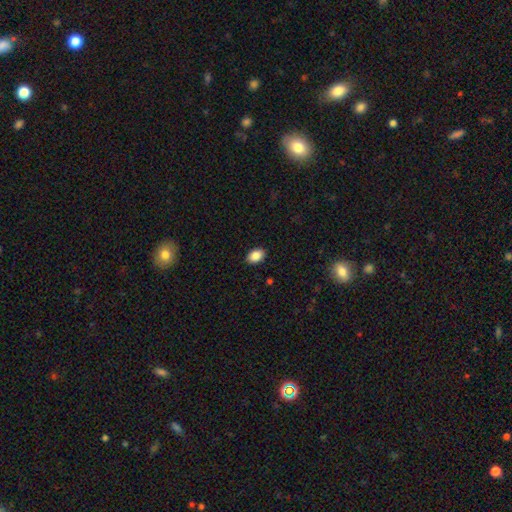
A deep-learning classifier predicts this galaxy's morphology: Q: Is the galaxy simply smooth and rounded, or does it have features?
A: smooth — 88%.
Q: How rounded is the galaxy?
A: in between — 85%.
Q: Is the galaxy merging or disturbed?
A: none — 90%.